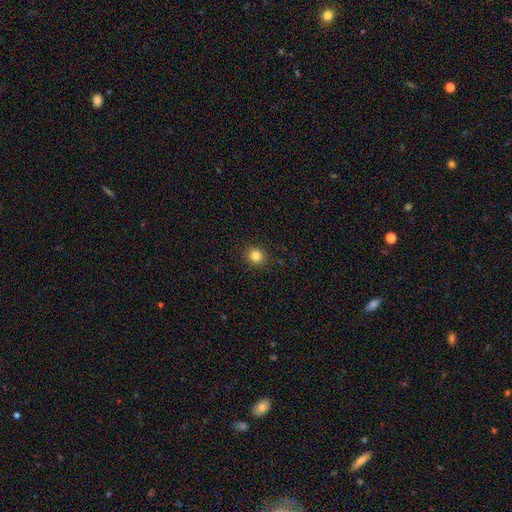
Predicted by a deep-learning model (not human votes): smooth 83%, star or artifact 12%, featured or disk 5%. Down the decision tree: how rounded — round (87%); merging — none (91%).